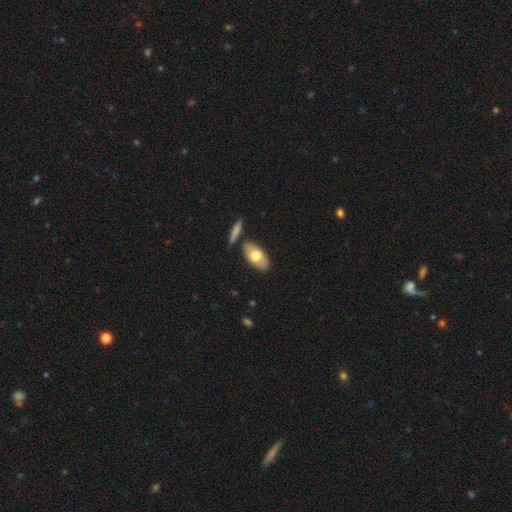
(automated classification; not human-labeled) smooth 68%, featured or disk 27%, star or artifact 5%. Down the decision tree: how rounded — in between (92%); merging — none (79%).